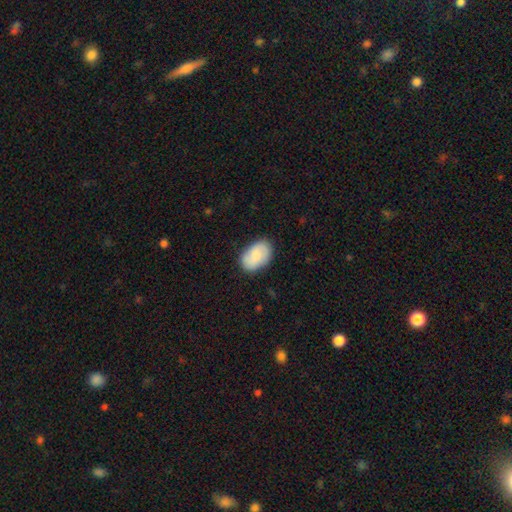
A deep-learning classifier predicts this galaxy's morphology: A smooth galaxy with no disk features (67%) that is in between round and cigar-shaped (89%).

Vote fractions:
- Smooth or featured? smooth: 67% / featured or disk: 26% / star or artifact: 7%
- How rounded? in between: 89% / round: 9% / cigar-shaped: 1%
- Merging? none: 82% / minor disturbance: 14% / major disturbance: 3% / merger: 1%